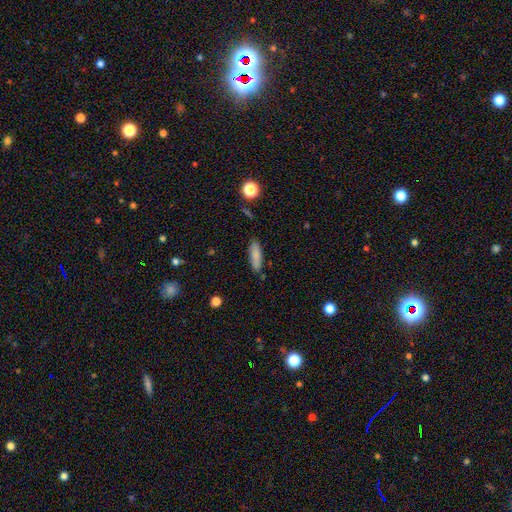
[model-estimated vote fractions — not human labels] Q: Smooth or featured?
A: smooth (84%); runner-up: featured or disk (9%)
Q: How rounded?
A: cigar-shaped (54%); runner-up: in between (44%)
Q: Merging?
A: none (83%); runner-up: minor disturbance (12%)